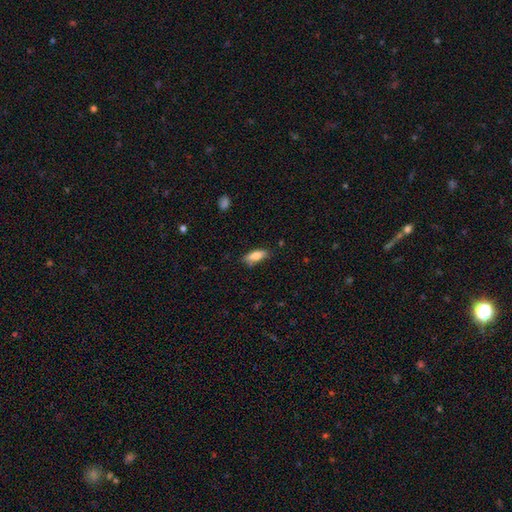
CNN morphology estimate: This is likely a smooth galaxy (77%). How rounded: likely in between (72%). Merging: likely none (77%).